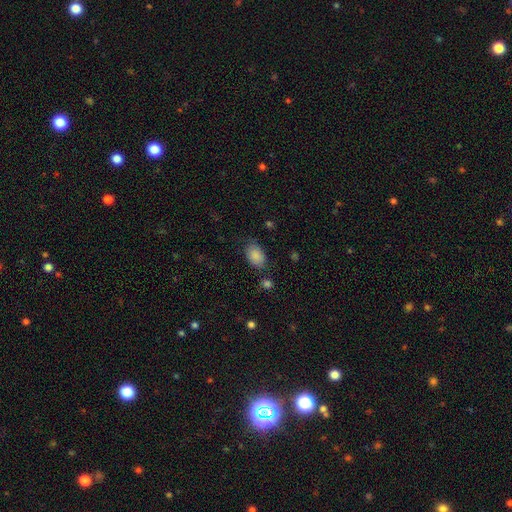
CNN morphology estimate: Q: Smooth or featured?
A: smooth (87%); runner-up: star or artifact (7%)
Q: How rounded?
A: in between (87%); runner-up: round (11%)
Q: Merging?
A: none (71%); runner-up: minor disturbance (20%)